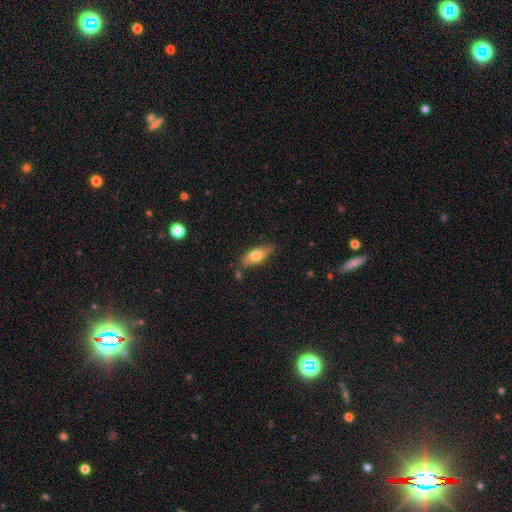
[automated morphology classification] Smooth or featured: smooth — 65% (featured or disk — 28%)
How rounded: in between — 65% (cigar-shaped — 32%)
Merging: none — 73% (minor disturbance — 18%)